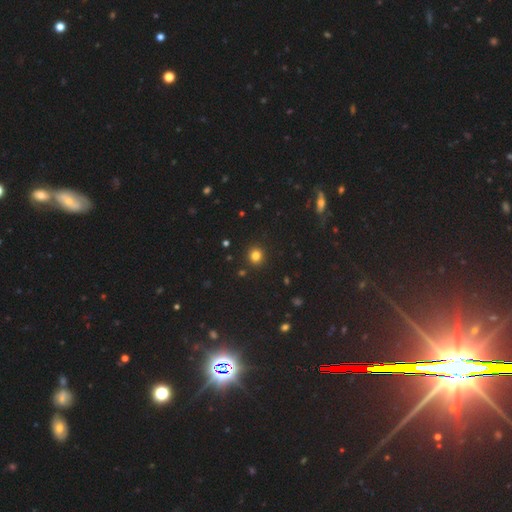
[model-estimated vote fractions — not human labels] smooth 80%, star or artifact 15%, featured or disk 5%. Down the decision tree: how rounded — round (89%); merging — none (92%).